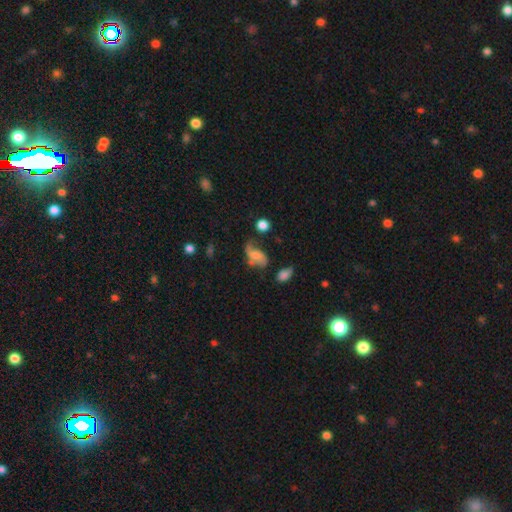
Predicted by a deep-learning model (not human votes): Morphology: type=featured or disk (53%); edge-on=no (96%); bar=no (62%); spiral arms=yes (83%); bulge=small (38%); merging=none (38%).